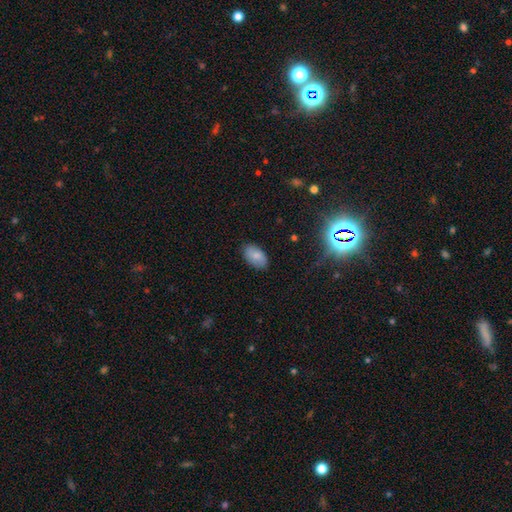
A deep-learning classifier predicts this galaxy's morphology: Smooth or featured? smooth (82%)
How rounded? in between (94%)
Merging? none (84%)